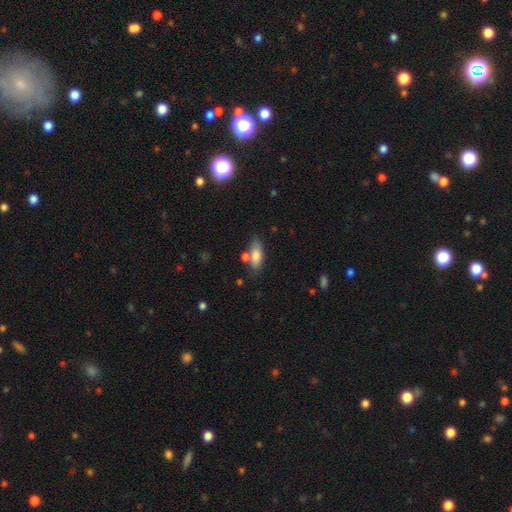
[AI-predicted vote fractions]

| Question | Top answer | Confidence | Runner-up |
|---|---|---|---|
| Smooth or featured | smooth | 79% | featured or disk (14%) |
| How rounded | in between | 73% | cigar-shaped (24%) |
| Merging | none | 65% | minor disturbance (16%) |